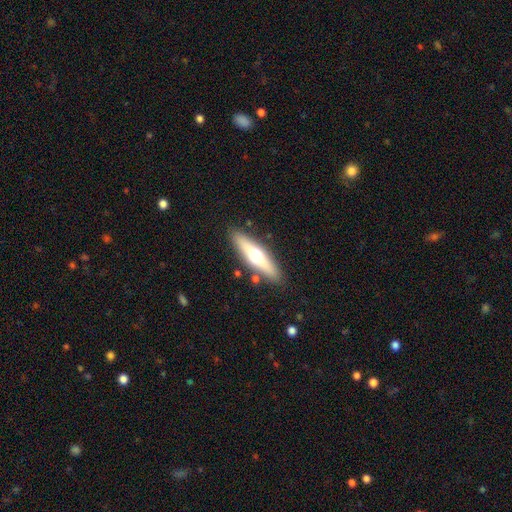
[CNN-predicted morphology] Q: Smooth or featured?
A: featured or disk (49%); runner-up: smooth (44%)
Q: Merging?
A: none (86%); runner-up: minor disturbance (9%)